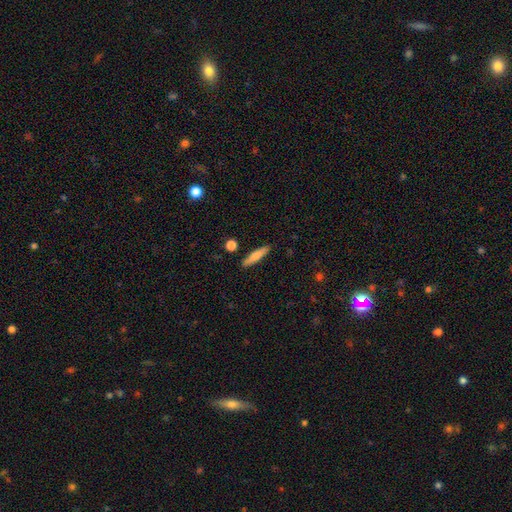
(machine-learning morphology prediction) A smooth galaxy with no disk features (70%) that is cigar-shaped (86%).

Vote fractions:
- Smooth or featured? smooth: 70% / featured or disk: 23% / star or artifact: 6%
- How rounded? cigar-shaped: 86% / in between: 12% / round: 2%
- Merging? none: 89% / minor disturbance: 7% / merger: 2% / major disturbance: 2%